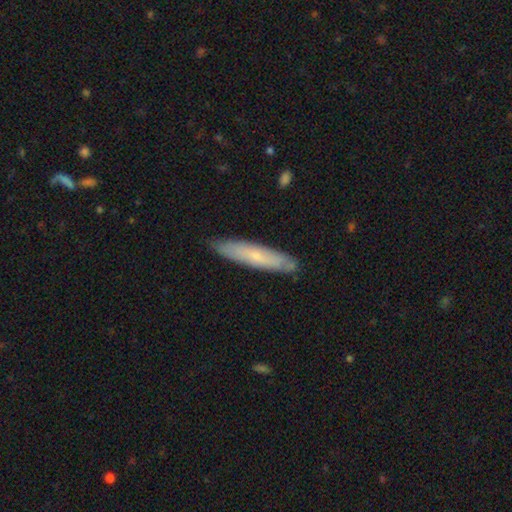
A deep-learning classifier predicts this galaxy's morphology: Q: Smooth or featured?
A: smooth (59%); runner-up: featured or disk (35%)
Q: How rounded?
A: cigar-shaped (88%); runner-up: in between (11%)
Q: Merging?
A: none (84%); runner-up: minor disturbance (13%)